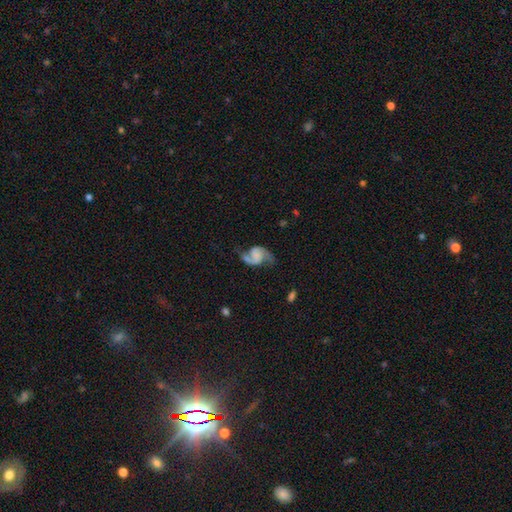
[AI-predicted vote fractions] This is clearly a featured or disk galaxy (85%). It is clearly not viewed edge-on (98%). Bar: possibly no (51%). Spiral arm pattern: clearly yes (96%). Spiral arm count: clearly 2 (92%). Spiral winding: possibly loose (53%). Central bulge: likely none (65%). Merging: likely none (65%).